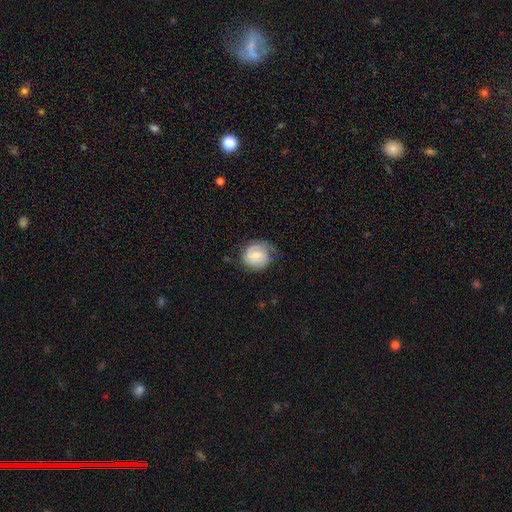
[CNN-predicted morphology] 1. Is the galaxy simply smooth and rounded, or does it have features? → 54% featured or disk, 39% smooth, 7% star or artifact.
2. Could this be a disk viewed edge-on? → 98% no, 2% yes.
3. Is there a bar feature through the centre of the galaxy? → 53% no, 40% weak, 7% strong.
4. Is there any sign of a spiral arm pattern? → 90% yes, 10% no.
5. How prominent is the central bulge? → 56% small, 34% moderate, 6% none, 3% large, 1% dominant.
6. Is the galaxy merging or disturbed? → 66% none, 24% minor disturbance, 9% major disturbance, 1% merger.